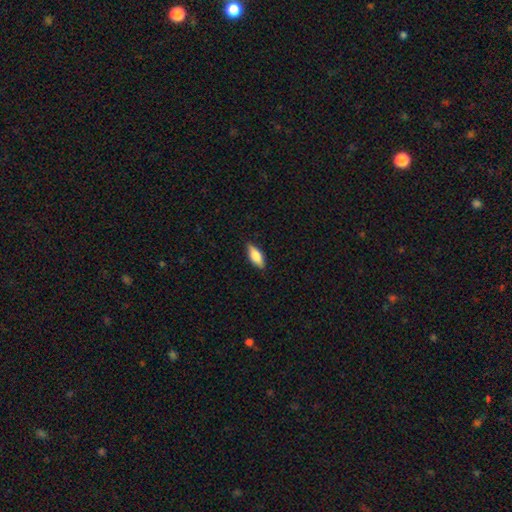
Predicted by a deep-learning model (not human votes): Morphology: type=smooth (73%); roundness=in between (74%); merging=none (86%).